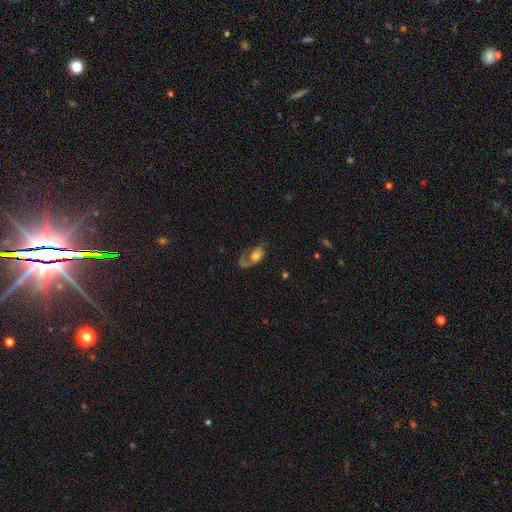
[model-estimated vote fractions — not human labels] A featured or disk galaxy (53%). Merging: major disturbance (43%).